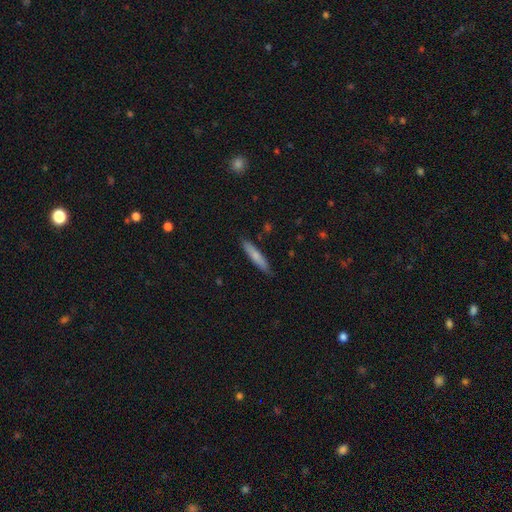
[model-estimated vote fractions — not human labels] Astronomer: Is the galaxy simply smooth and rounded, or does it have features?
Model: smooth — 71%.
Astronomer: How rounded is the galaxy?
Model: cigar-shaped — 88%.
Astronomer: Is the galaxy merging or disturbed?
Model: none — 86%.